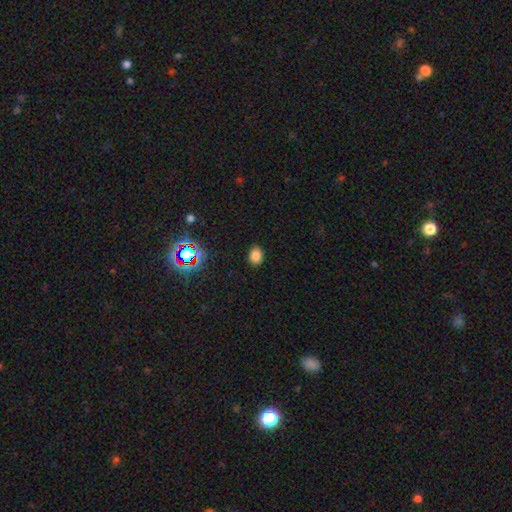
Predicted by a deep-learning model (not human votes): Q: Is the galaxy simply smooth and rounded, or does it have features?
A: smooth — 81%.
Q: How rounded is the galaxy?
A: in between — 67%.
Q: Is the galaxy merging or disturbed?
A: none — 89%.